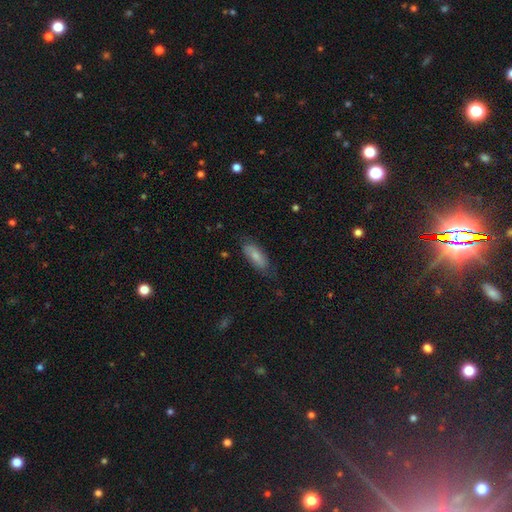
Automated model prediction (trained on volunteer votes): Smooth or featured: smooth — 71% (featured or disk — 23%)
How rounded: in between — 77% (cigar-shaped — 21%)
Merging: none — 68% (minor disturbance — 24%)